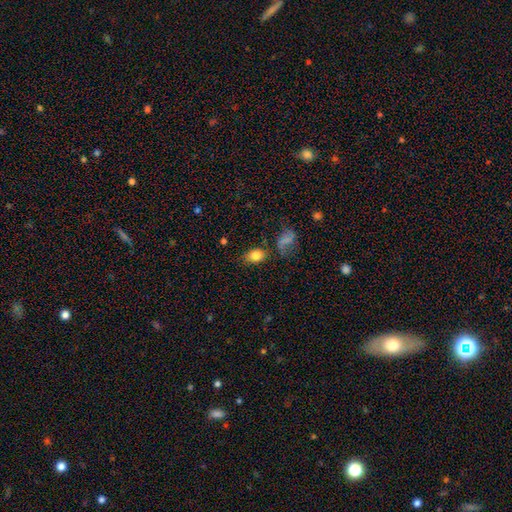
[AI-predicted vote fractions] The model was most divided on "how rounded": in between: 74%, round: 24%, cigar-shaped: 1%. More confident: smooth or featured — smooth (83%); merging — none (73%).